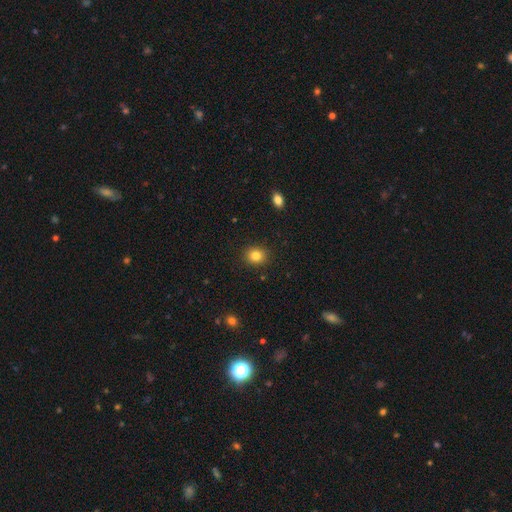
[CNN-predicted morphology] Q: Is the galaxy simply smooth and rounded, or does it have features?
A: smooth — 84%.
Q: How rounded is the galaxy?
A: round — 70%.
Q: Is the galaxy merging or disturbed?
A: none — 90%.